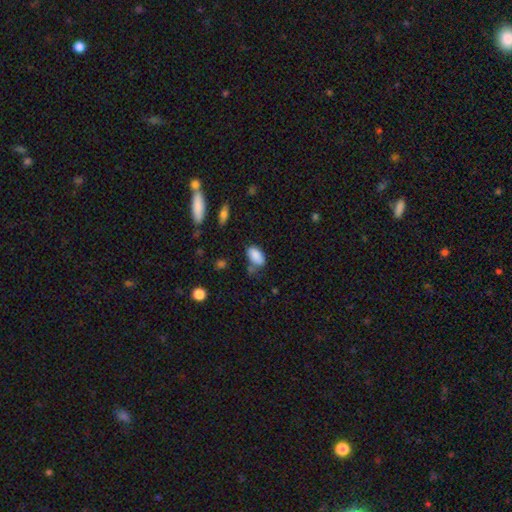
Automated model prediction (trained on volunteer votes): Q: Smooth or featured?
A: smooth (87%); runner-up: star or artifact (8%)
Q: How rounded?
A: in between (93%); runner-up: round (3%)
Q: Merging?
A: none (62%); runner-up: minor disturbance (23%)